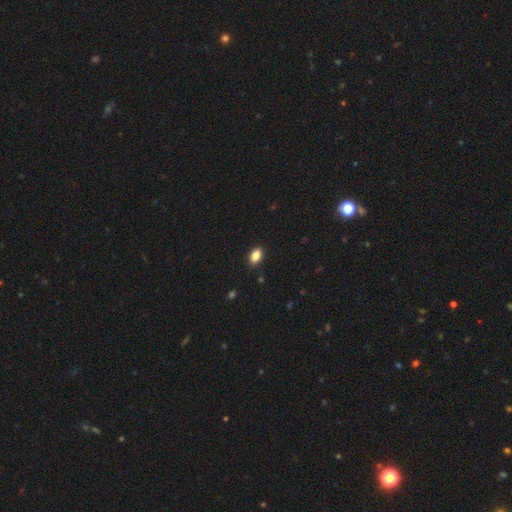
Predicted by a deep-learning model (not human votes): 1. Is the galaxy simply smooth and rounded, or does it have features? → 87% smooth, 9% star or artifact, 5% featured or disk.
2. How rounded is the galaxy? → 86% in between, 12% round, 2% cigar-shaped.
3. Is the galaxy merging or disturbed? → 89% none, 8% minor disturbance, 2% major disturbance, 1% merger.